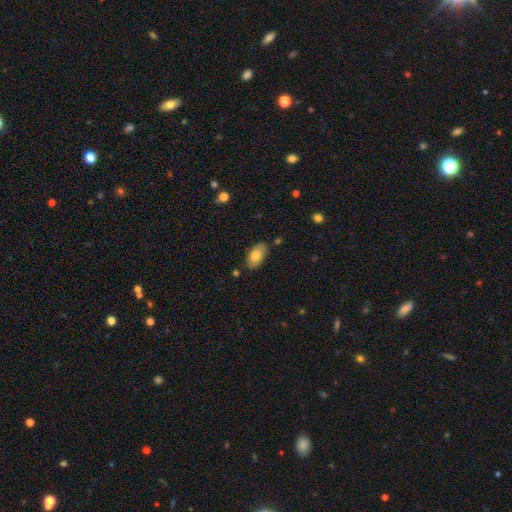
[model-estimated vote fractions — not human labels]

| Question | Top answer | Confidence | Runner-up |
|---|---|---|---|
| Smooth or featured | smooth | 79% | featured or disk (14%) |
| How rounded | in between | 93% | round (4%) |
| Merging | none | 82% | minor disturbance (13%) |